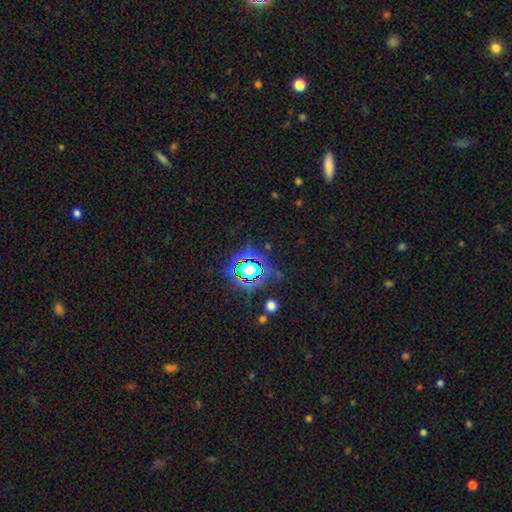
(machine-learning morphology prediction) A star or artifact, not a galaxy (76%).